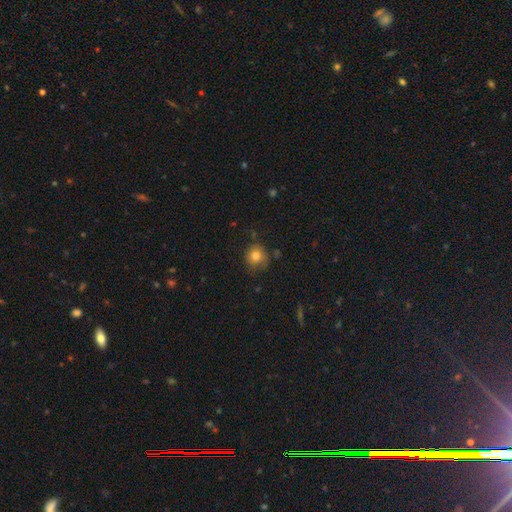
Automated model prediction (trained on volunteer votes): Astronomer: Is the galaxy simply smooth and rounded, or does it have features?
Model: smooth — 81%.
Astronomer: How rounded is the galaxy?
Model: round — 88%.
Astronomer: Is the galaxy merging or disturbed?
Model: none — 75%.